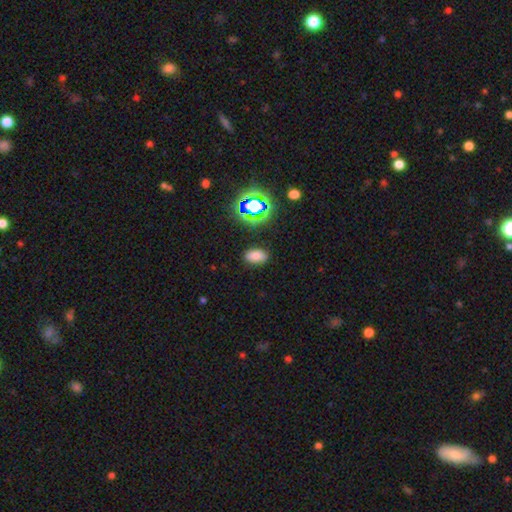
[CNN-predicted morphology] smooth_or_featured: smooth (p=0.72) [alt: star or artifact p=0.21]
how_rounded: in between (p=0.90) [alt: round p=0.08]
merging: none (p=0.86) [alt: minor disturbance p=0.09]